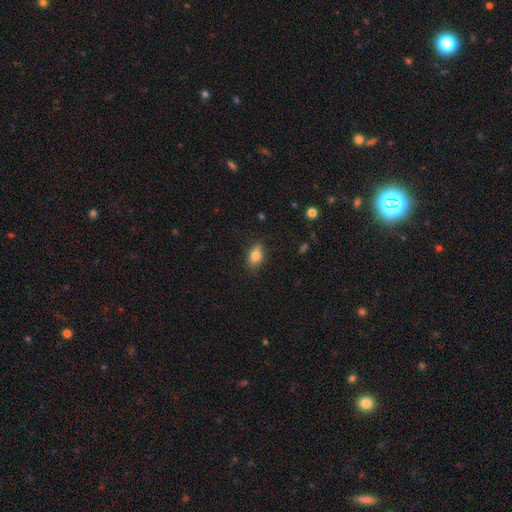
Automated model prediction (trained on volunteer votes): smooth 76%, featured or disk 15%, star or artifact 9%. Down the decision tree: how rounded — in between (84%); merging — none (80%).